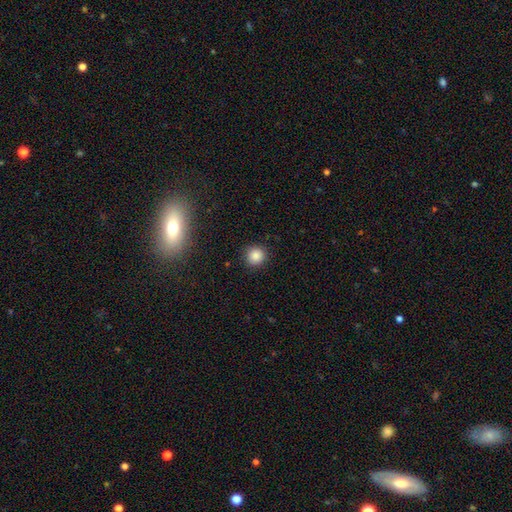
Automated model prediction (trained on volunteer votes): A smooth galaxy with no disk features (84%) that is round (92%).

Vote fractions:
- Smooth or featured? smooth: 84% / star or artifact: 12% / featured or disk: 4%
- How rounded? round: 92% / in between: 7% / cigar-shaped: 1%
- Merging? none: 90% / minor disturbance: 6% / major disturbance: 2% / merger: 1%